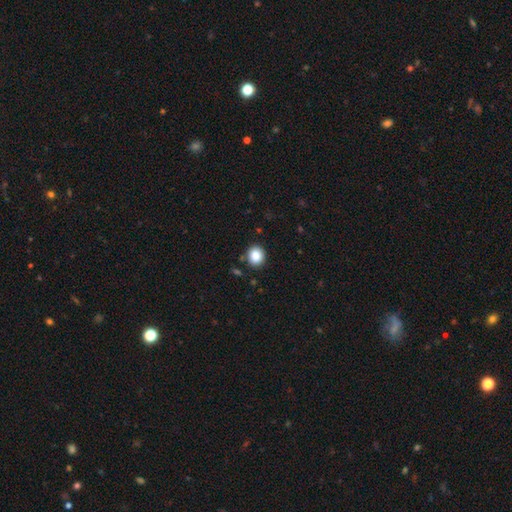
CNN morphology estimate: Smooth or featured? Predicted: smooth (p=0.87). How rounded? Predicted: round (p=0.71). Merging? Predicted: none (p=0.87).